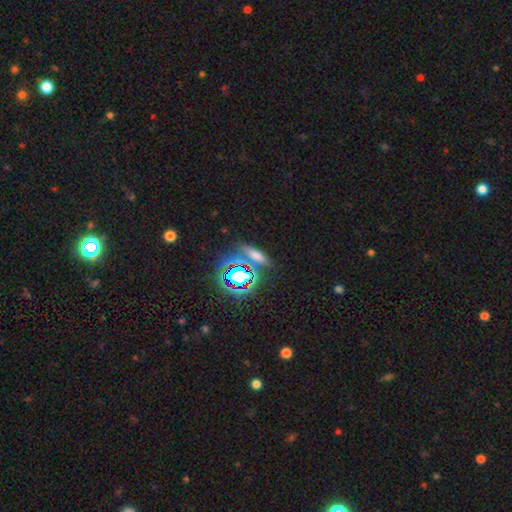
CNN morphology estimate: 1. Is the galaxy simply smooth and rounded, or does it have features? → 48% smooth, 37% star or artifact, 15% featured or disk.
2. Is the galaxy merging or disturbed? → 73% none, 12% minor disturbance, 10% merger, 5% major disturbance.